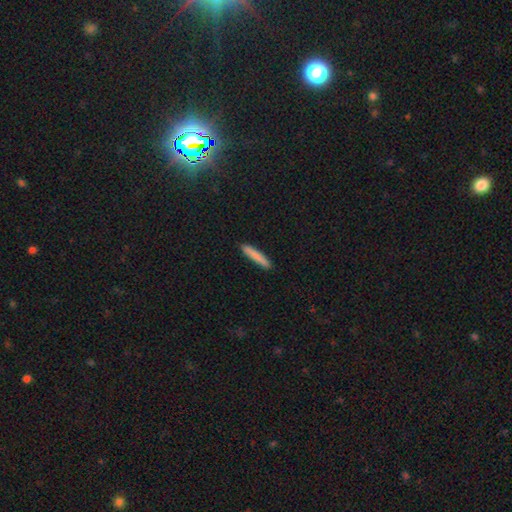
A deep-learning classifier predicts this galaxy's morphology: smooth_or_featured: smooth (p=0.83) [alt: featured or disk p=0.11]
how_rounded: cigar-shaped (p=0.93) [alt: in between p=0.05]
merging: none (p=0.90) [alt: minor disturbance p=0.07]